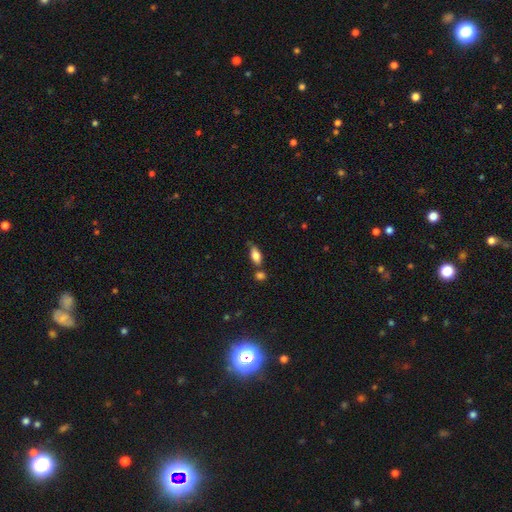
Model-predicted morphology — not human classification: This is likely a smooth galaxy (79%). How rounded: clearly in between (85%). Merging: possibly none (58%).